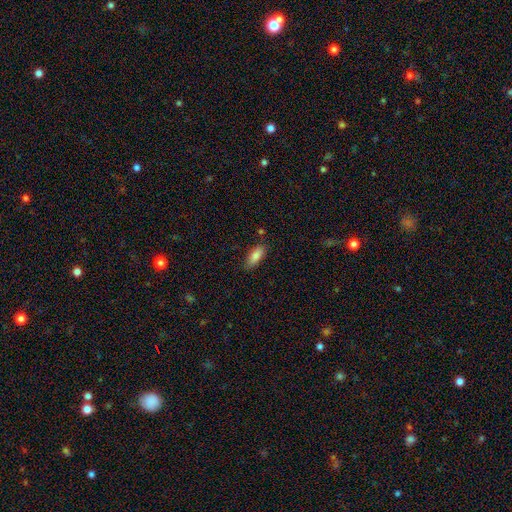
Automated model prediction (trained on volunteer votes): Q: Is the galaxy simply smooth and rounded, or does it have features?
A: smooth — 82%.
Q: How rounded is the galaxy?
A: in between — 78%.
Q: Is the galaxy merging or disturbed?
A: none — 84%.